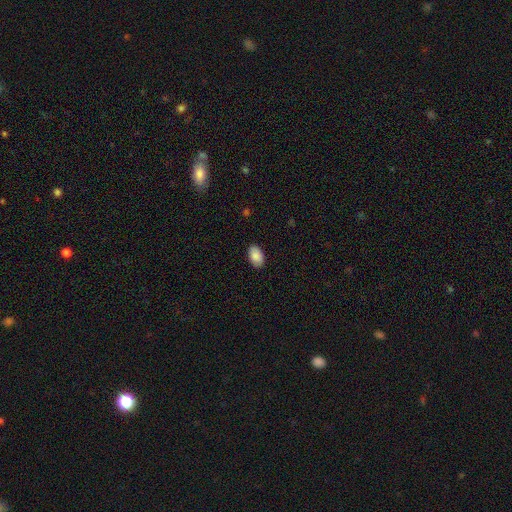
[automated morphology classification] A smooth galaxy with no disk features (88%) that is in between round and cigar-shaped (94%).

Vote fractions:
- Smooth or featured? smooth: 88% / star or artifact: 6% / featured or disk: 5%
- How rounded? in between: 94% / round: 5% / cigar-shaped: 1%
- Merging? none: 88% / minor disturbance: 9% / major disturbance: 2% / merger: 1%